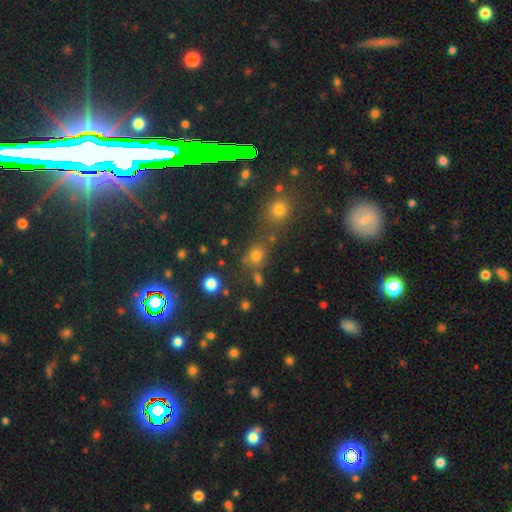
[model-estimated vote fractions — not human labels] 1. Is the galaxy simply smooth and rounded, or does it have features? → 57% smooth, 34% star or artifact, 9% featured or disk.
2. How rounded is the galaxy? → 75% round, 22% in between, 2% cigar-shaped.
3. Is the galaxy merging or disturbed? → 67% none, 16% merger, 11% minor disturbance, 6% major disturbance.